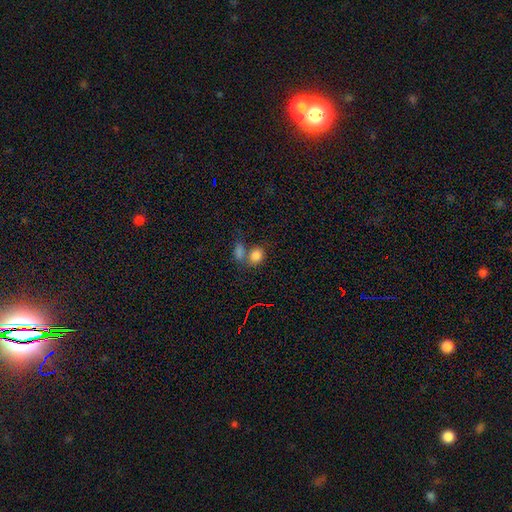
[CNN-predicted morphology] Smooth or featured: smooth — 81% (star or artifact — 12%)
How rounded: in between — 52% (round — 47%)
Merging: merger — 44% (none — 41%)